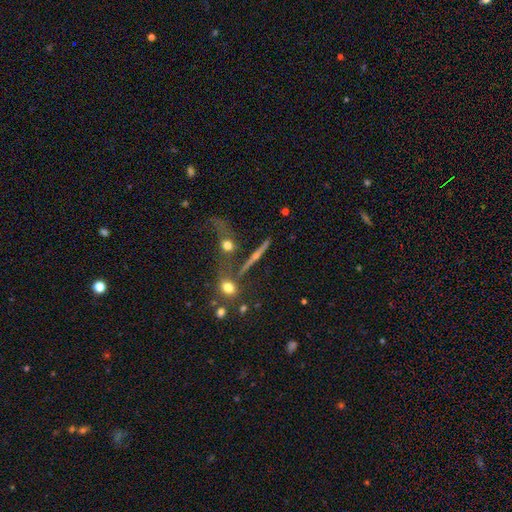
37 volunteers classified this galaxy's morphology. This is likely a featured or disk galaxy (76%). It is clearly viewed edge-on (82%). Edge-on bulge: clearly rounded (87%). Merging: likely none (60%).